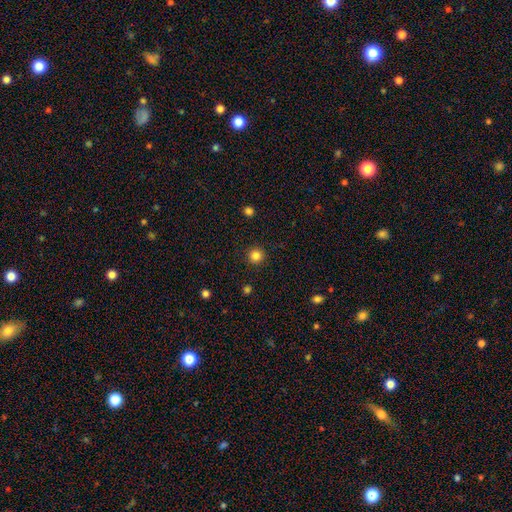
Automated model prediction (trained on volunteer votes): smooth 84%, star or artifact 12%, featured or disk 4%. Down the decision tree: how rounded — round (95%); merging — none (92%).